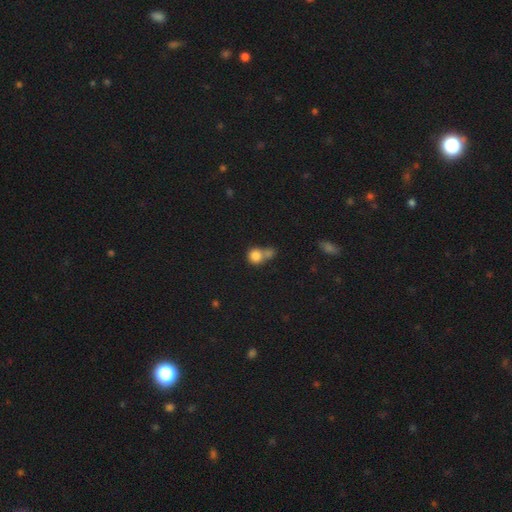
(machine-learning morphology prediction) Q: Smooth or featured?
A: smooth (82%); runner-up: star or artifact (10%)
Q: How rounded?
A: round (84%); runner-up: in between (15%)
Q: Merging?
A: merger (52%); runner-up: none (35%)